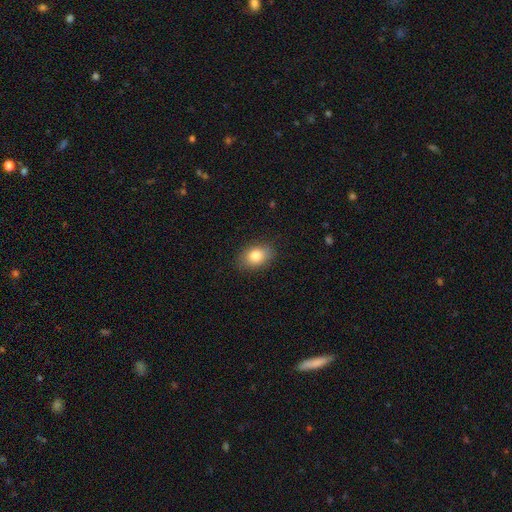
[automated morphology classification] The model was most divided on "how rounded": in between: 80%, round: 19%, cigar-shaped: 1%. More confident: merging — none (86%); smooth or featured — smooth (83%).